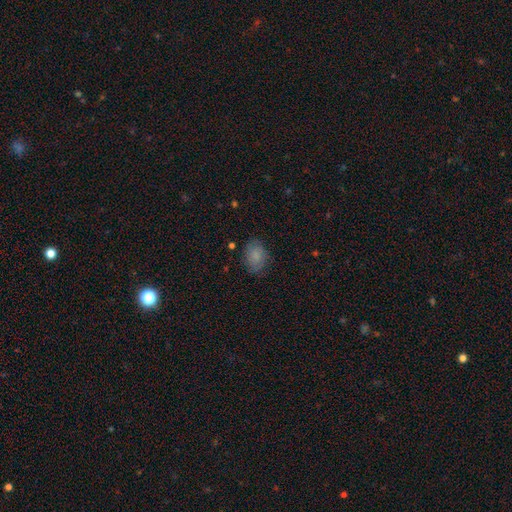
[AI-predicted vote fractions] Smooth or featured? Predicted: smooth (p=0.78). How rounded? Predicted: in between (p=0.68). Merging? Predicted: none (p=0.78).